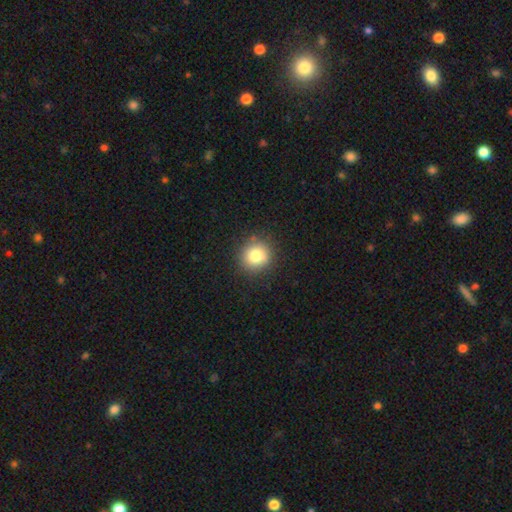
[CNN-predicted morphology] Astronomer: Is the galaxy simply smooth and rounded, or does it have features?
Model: smooth — 80%.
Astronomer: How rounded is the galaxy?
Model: round — 91%.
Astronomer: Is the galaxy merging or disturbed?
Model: none — 88%.